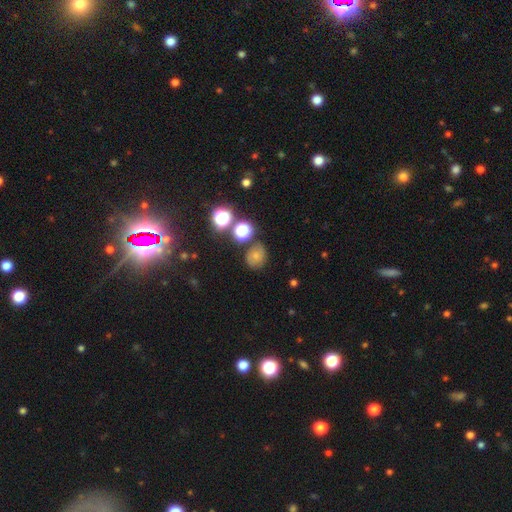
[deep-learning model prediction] This is likely a smooth galaxy (62%). How rounded: likely round (67%). Merging: likely none (70%).